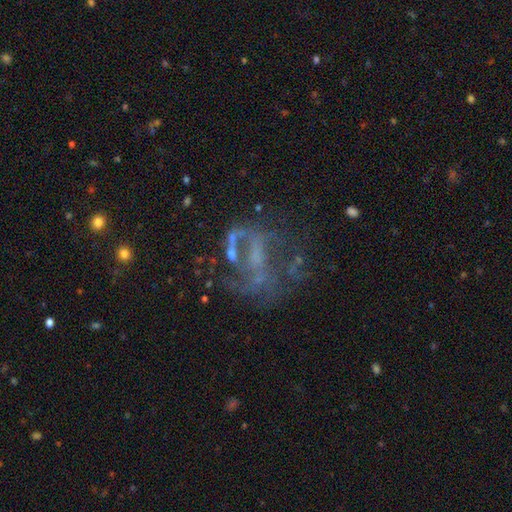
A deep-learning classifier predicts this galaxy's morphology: A featured or disk galaxy (64%) with no bar (53%), no spiral arms (55%) and no central bulge (53%).

Vote fractions:
- Smooth or featured? featured or disk: 64% / star or artifact: 23% / smooth: 13%
- Edge-on disk? no: 96% / yes: 4%
- Bar? no: 53% / weak: 30% / strong: 17%
- Spiral arms? no: 55% / yes: 45%
- Bulge size? none: 53% / small: 31% / moderate: 13% / large: 2% / dominant: 1%
- Merging? none: 42% / major disturbance: 34% / minor disturbance: 15% / merger: 8%